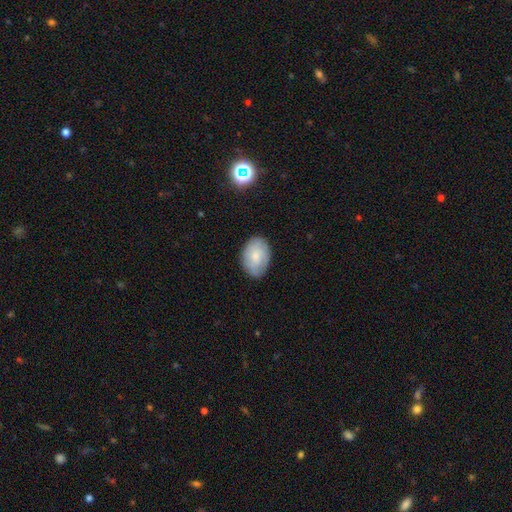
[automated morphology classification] Smooth or featured? Predicted: smooth (p=0.67). How rounded? Predicted: in between (p=0.84). Merging? Predicted: none (p=0.79).